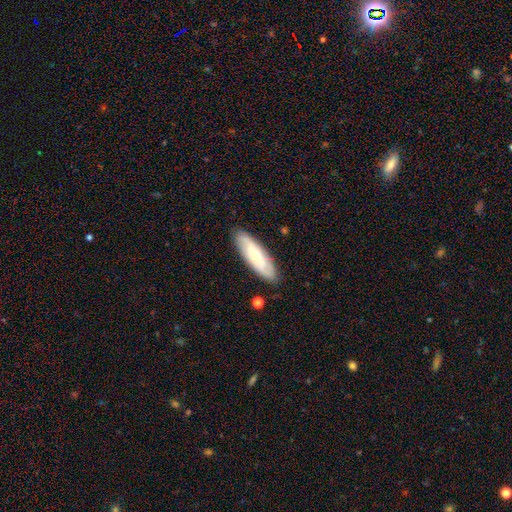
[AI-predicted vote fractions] smooth_or_featured: smooth (p=0.53) [alt: featured or disk p=0.41]
how_rounded: cigar-shaped (p=0.51) [alt: in between p=0.48]
merging: none (p=0.86) [alt: minor disturbance p=0.11]